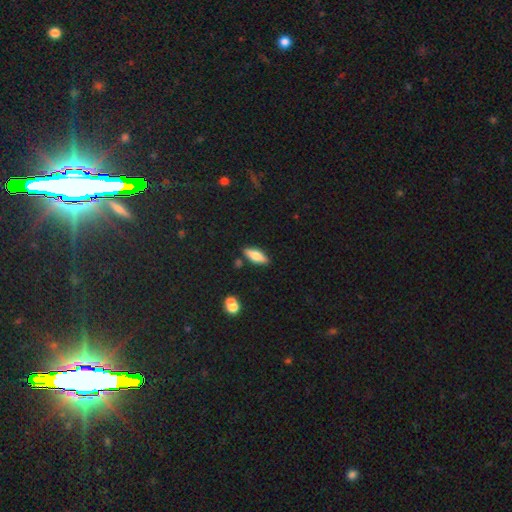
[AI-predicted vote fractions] Smooth or featured: smooth — 68% (featured or disk — 25%)
How rounded: in between — 67% (cigar-shaped — 31%)
Merging: none — 84% (minor disturbance — 10%)